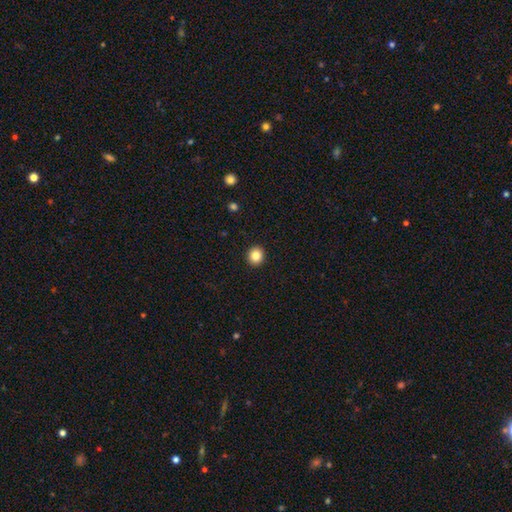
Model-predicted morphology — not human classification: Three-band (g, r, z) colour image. It shows a smooth galaxy with no disk features (84%) that is round (87%). Merging: none (93%).